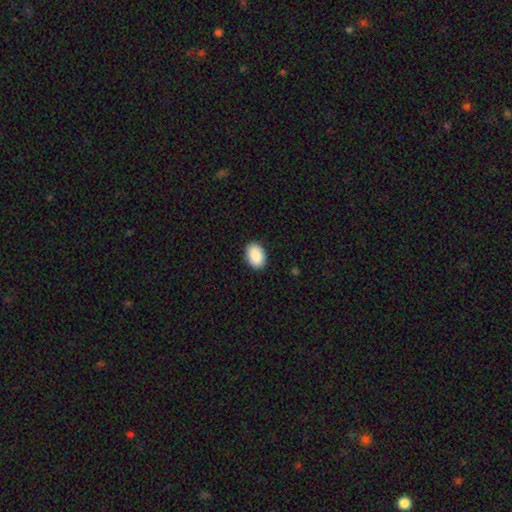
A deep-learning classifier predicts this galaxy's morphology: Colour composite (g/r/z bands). It shows a smooth galaxy with no disk features (89%) that is in between round and cigar-shaped (85%). Merging: none (89%).